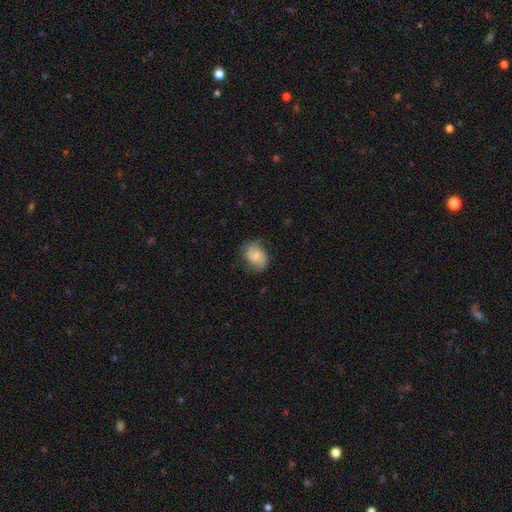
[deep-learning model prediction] smooth_or_featured: smooth (p=0.47) [alt: featured or disk p=0.45]
merging: none (p=0.67) [alt: minor disturbance p=0.24]